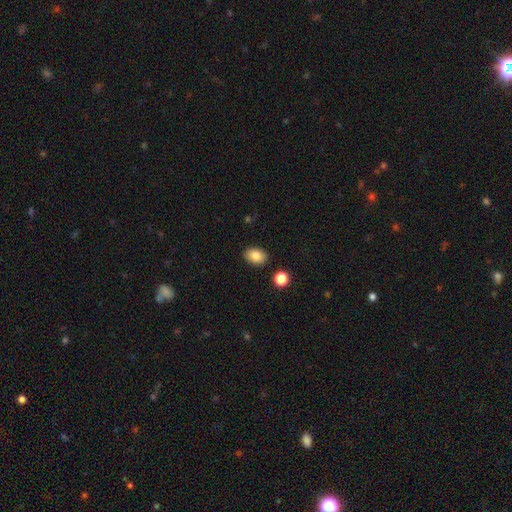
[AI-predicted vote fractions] smooth_or_featured: smooth (p=0.85) [alt: star or artifact p=0.09]
how_rounded: in between (p=0.79) [alt: round p=0.20]
merging: none (p=0.88) [alt: minor disturbance p=0.08]